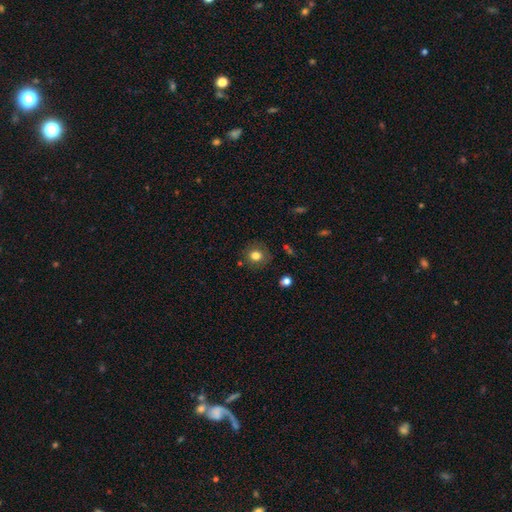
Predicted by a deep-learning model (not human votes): Overall: smooth (79%). How rounded: round (84%). Merging: none (82%).